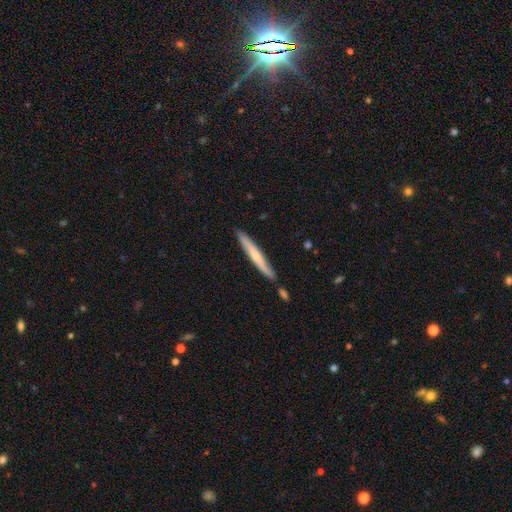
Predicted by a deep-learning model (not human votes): Morphology: type=smooth (51%); roundness=cigar-shaped (96%); merging=none (82%).